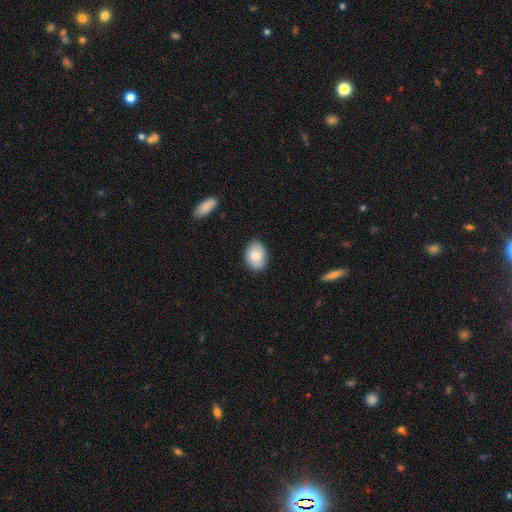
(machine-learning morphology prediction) Smooth or featured?
  - smooth: 85% *
  - featured or disk: 9%
  - star or artifact: 6%
How rounded?
  - in between: 74% *
  - round: 25%
  - cigar-shaped: 1%
Merging?
  - none: 83% *
  - minor disturbance: 13%
  - major disturbance: 2%
  - merger: 1%